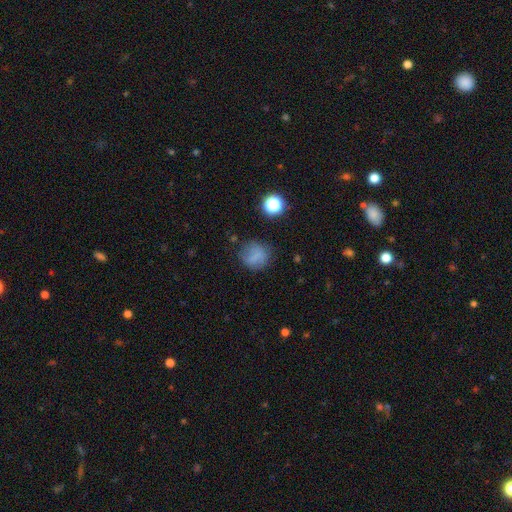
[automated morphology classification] Smooth or featured? smooth (71%)
How rounded? round (80%)
Merging? none (69%)